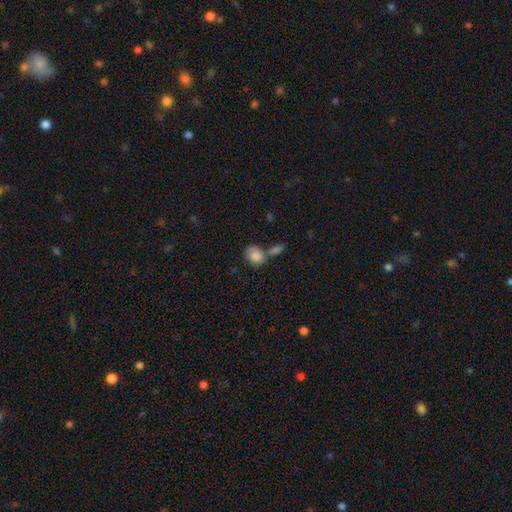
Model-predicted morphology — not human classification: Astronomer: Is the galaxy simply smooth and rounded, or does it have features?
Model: smooth — 85%.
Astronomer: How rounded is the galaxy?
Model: in between — 63%.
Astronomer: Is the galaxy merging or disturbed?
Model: merger — 41% (runner-up: none, 38%).